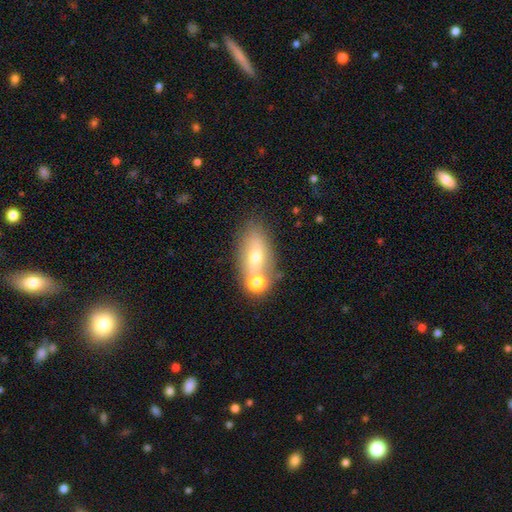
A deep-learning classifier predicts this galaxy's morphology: A smooth galaxy with no disk features (58%) that is in between round and cigar-shaped (78%). Merging: none (53%).